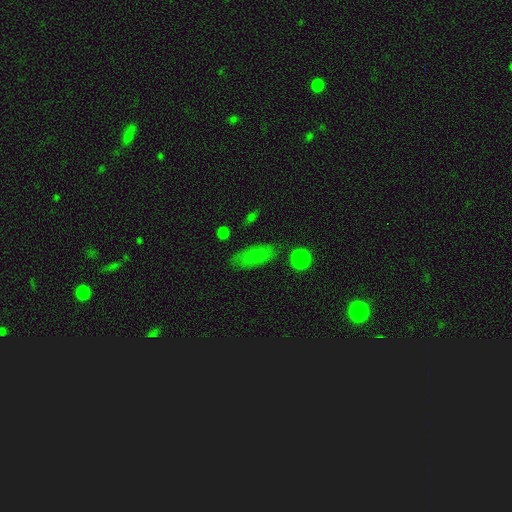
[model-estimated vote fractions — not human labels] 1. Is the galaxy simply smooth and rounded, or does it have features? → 76% smooth, 13% featured or disk, 11% star or artifact.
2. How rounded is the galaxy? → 77% in between, 18% cigar-shaped, 4% round.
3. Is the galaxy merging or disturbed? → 78% none, 15% minor disturbance, 5% major disturbance, 3% merger.